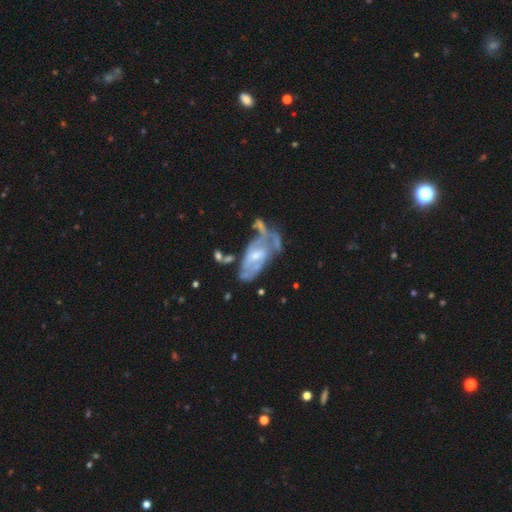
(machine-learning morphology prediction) featured or disk 75%, smooth 18%, star or artifact 7%. Down the decision tree: edge-on disk — no (92%); bar — no (46%); spiral arms — yes (65%); bulge size — small (47%); merging — major disturbance (28%).